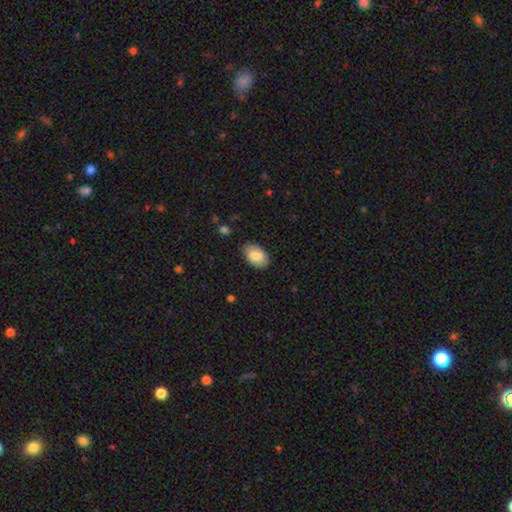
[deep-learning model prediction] The model was most divided on "smooth or featured": smooth: 78%, featured or disk: 16%, star or artifact: 6%. More confident: how rounded — in between (92%); merging — none (80%).